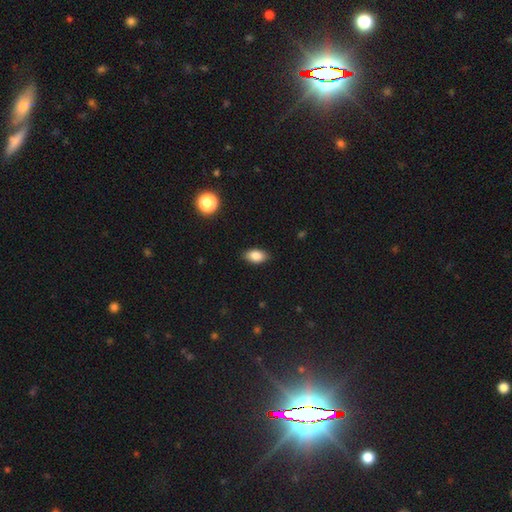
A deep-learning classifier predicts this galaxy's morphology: This appears to be a smooth galaxy with no disk features (85%) that is in between round and cigar-shaped (91%). Merging: none (87%).